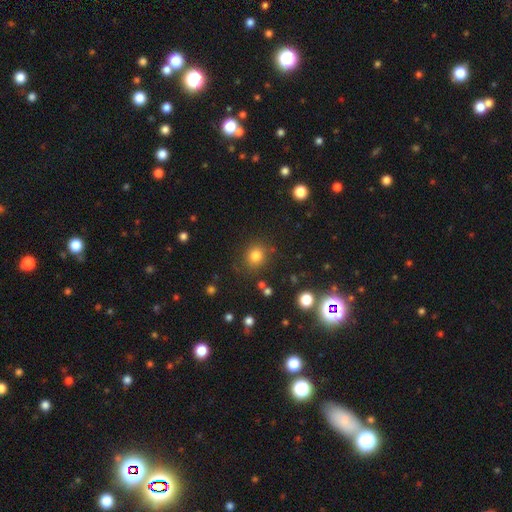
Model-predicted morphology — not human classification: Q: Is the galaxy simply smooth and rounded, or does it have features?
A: smooth — 79%.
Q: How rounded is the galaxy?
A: round — 84%.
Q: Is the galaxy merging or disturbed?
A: none — 84%.